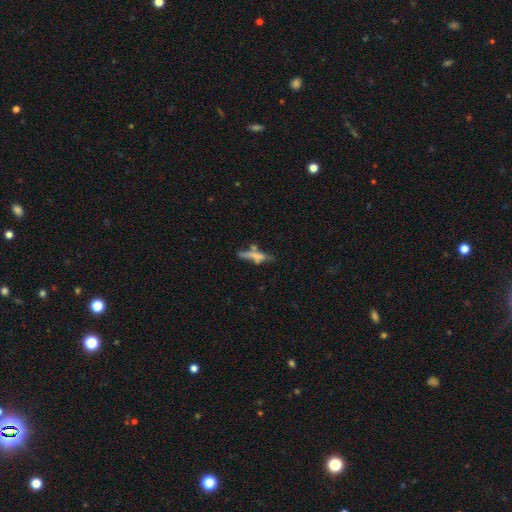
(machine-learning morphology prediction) Smooth or featured?
  - smooth: 53% *
  - featured or disk: 37%
  - star or artifact: 10%
How rounded?
  - cigar-shaped: 82% *
  - in between: 15%
  - round: 3%
Merging?
  - none: 48% *
  - merger: 22%
  - minor disturbance: 19%
  - major disturbance: 11%